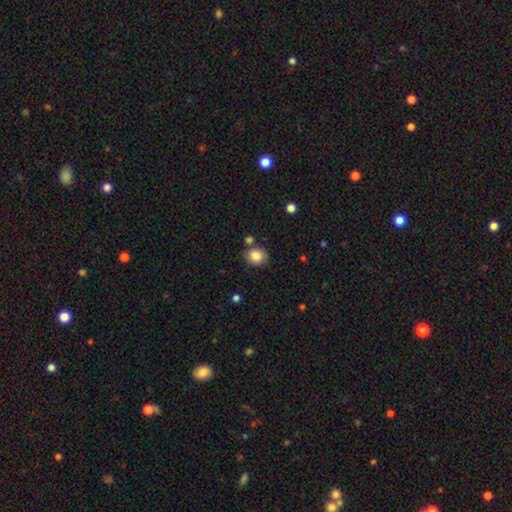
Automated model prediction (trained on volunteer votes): Morphology: type=smooth (85%); roundness=round (72%); merging=none (73%).